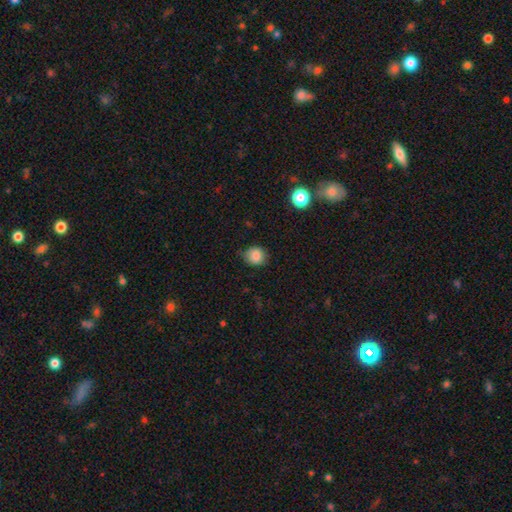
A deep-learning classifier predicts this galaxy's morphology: type=smooth (85%); roundness=round (76%); merging=none (73%).